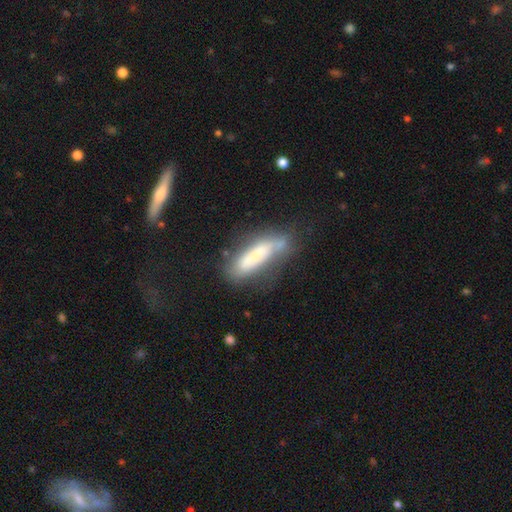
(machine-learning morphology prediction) smooth_or_featured: smooth (p=0.60) [alt: featured or disk p=0.32]
how_rounded: cigar-shaped (p=0.68) [alt: in between p=0.30]
merging: none (p=0.51) [alt: minor disturbance p=0.25]